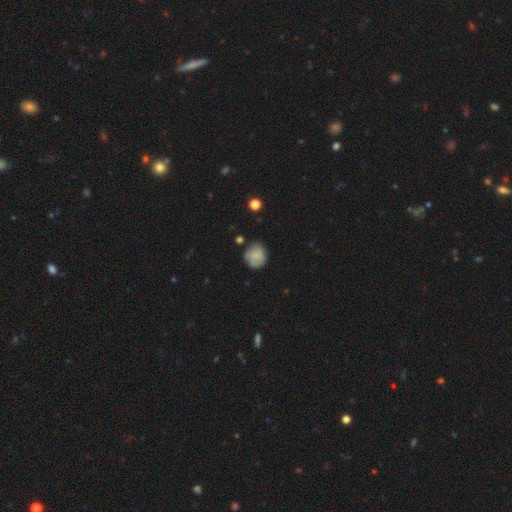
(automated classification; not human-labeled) Smooth or featured? smooth (75%)
How rounded? round (73%)
Merging? none (67%)